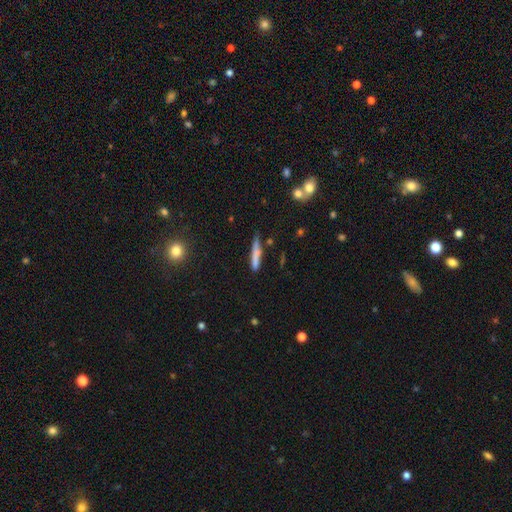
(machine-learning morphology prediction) Q: Smooth or featured?
A: smooth (71%); runner-up: featured or disk (21%)
Q: How rounded?
A: cigar-shaped (91%); runner-up: in between (7%)
Q: Merging?
A: none (65%); runner-up: minor disturbance (25%)